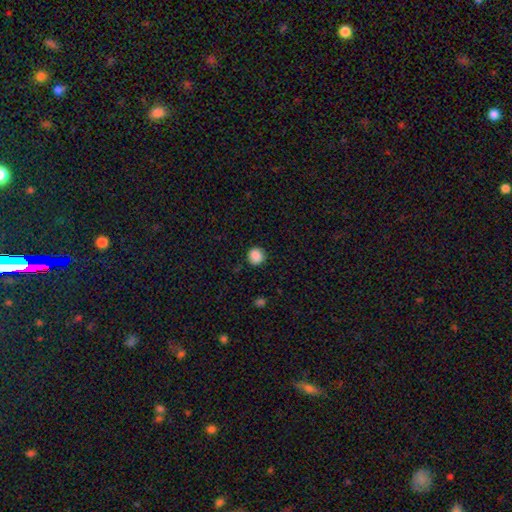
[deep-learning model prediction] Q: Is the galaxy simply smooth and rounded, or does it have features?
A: smooth — 88%.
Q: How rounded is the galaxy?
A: round — 89%.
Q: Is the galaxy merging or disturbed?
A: none — 87%.